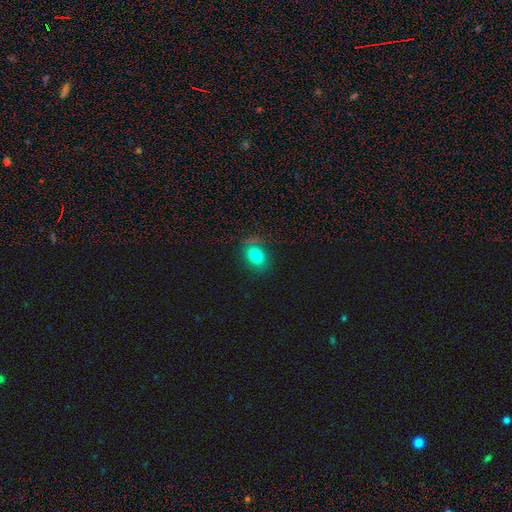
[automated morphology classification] Overall: smooth (79%). How rounded: in between (71%). Merging: none (73%).